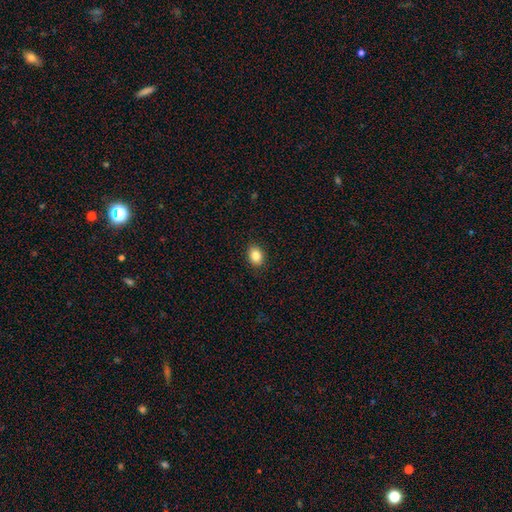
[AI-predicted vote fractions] This appears to be a smooth galaxy with no disk features (86%) that is in between round and cigar-shaped (68%). Merging: none (89%).